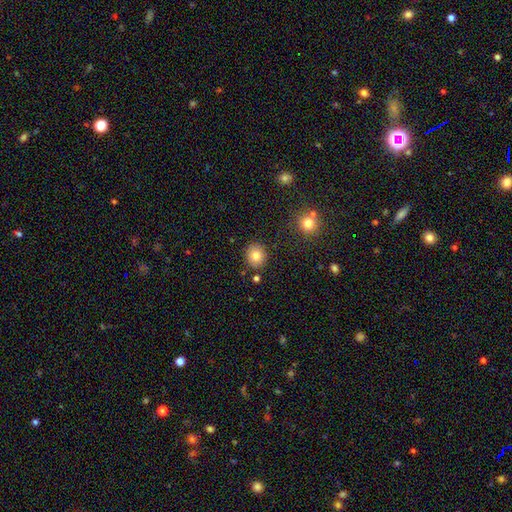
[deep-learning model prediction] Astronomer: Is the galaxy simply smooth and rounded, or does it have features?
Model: smooth — 81%.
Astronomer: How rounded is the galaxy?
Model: round — 79%.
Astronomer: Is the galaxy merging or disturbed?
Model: none — 86%.